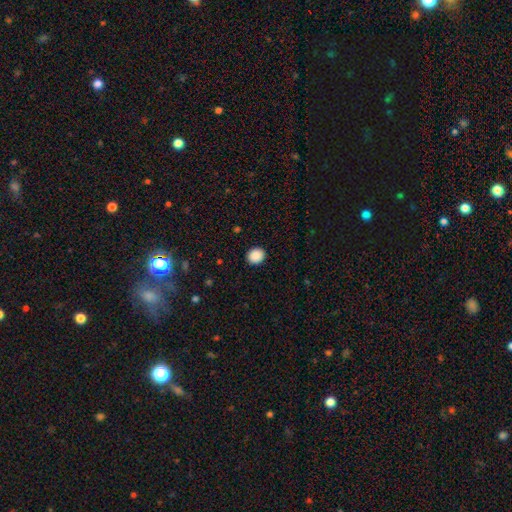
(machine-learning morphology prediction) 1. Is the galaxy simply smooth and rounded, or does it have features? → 89% smooth, 8% star or artifact, 3% featured or disk.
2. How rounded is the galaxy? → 78% round, 21% in between, 1% cigar-shaped.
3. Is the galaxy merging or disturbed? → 92% none, 6% minor disturbance, 2% major disturbance, 1% merger.